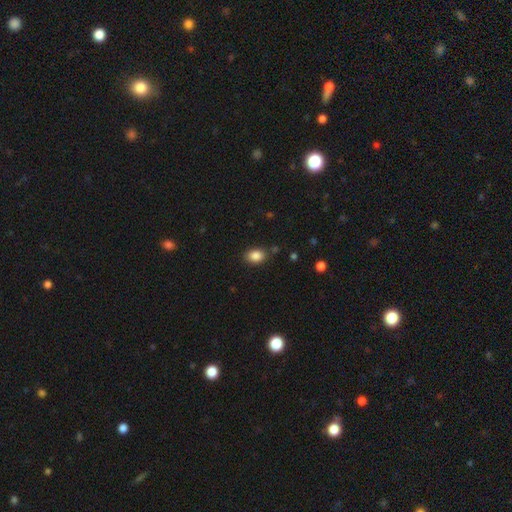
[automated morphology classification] This appears to be a smooth galaxy with no disk features (86%) that is in between round and cigar-shaped (74%). Merging: none (83%).